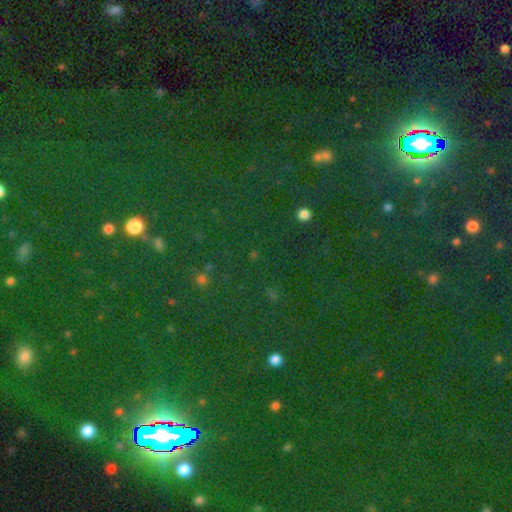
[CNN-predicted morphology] Smooth or featured?
  - star or artifact: 78% *
  - smooth: 14%
  - featured or disk: 8%